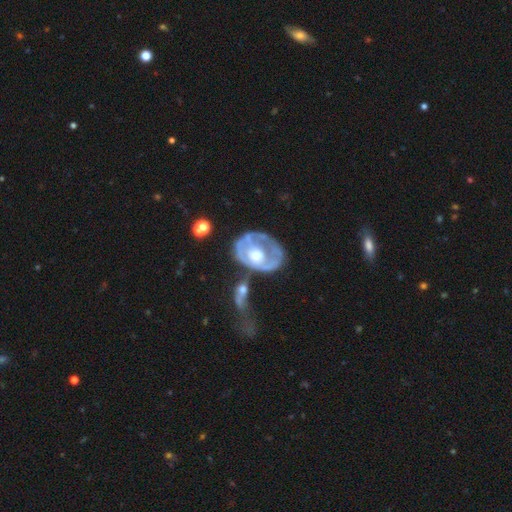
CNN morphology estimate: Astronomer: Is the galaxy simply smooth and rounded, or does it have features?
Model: featured or disk — 74%.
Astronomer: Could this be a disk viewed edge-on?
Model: no — 96%.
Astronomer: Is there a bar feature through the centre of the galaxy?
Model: no — 71%.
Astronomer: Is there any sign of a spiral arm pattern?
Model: no — 52% (runner-up: yes, 48%).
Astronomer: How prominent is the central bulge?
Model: moderate — 70%.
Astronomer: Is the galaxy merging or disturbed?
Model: merger — 30%, tied with major disturbance at 30%.